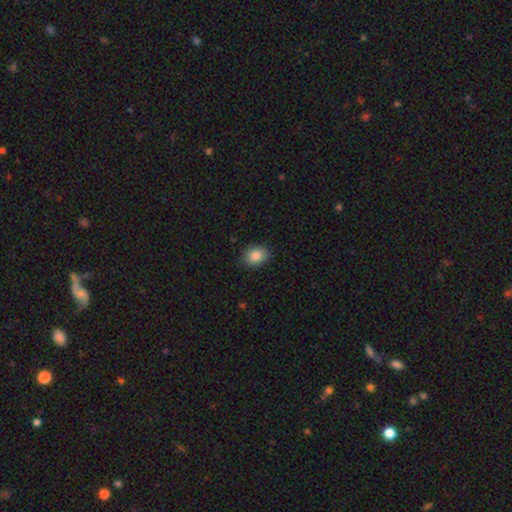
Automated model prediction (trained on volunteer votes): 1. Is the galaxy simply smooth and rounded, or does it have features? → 86% smooth, 9% star or artifact, 6% featured or disk.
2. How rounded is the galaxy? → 62% in between, 37% round, 1% cigar-shaped.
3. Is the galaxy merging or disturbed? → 86% none, 11% minor disturbance, 2% major disturbance, 1% merger.